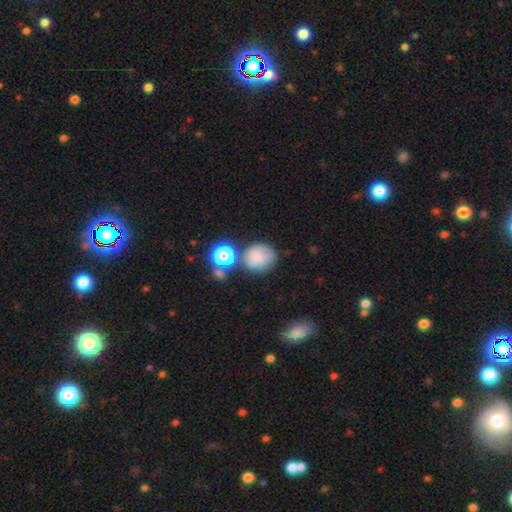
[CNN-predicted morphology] This appears to be a smooth galaxy with no disk features (76%) that is round (73%). Merging: none (57%).